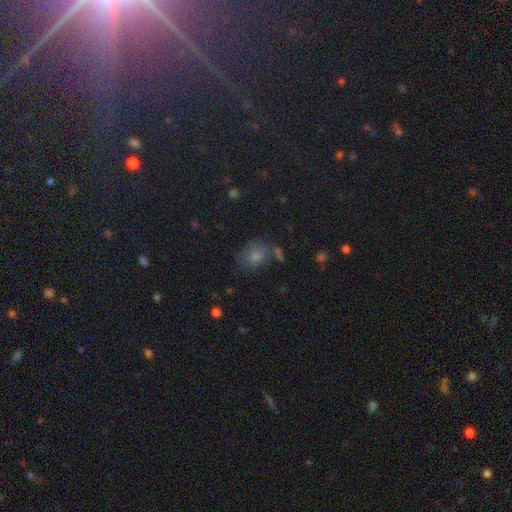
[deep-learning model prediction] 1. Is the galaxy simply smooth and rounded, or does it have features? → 76% smooth, 14% star or artifact, 9% featured or disk.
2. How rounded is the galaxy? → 56% in between, 42% round, 1% cigar-shaped.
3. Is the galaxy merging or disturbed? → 67% none, 17% minor disturbance, 10% merger, 6% major disturbance.